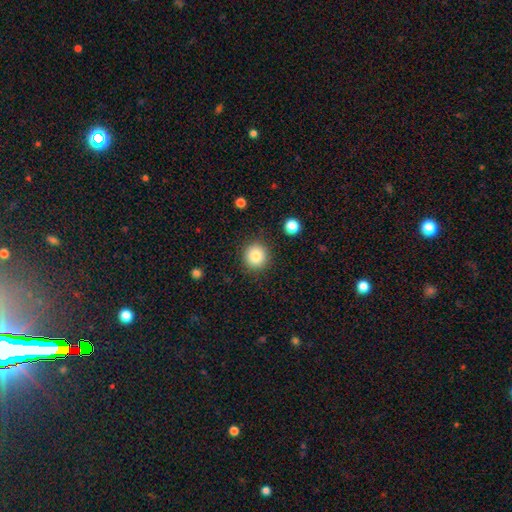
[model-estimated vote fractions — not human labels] Q: Smooth or featured?
A: smooth (84%); runner-up: star or artifact (10%)
Q: How rounded?
A: round (92%); runner-up: in between (7%)
Q: Merging?
A: none (89%); runner-up: minor disturbance (7%)